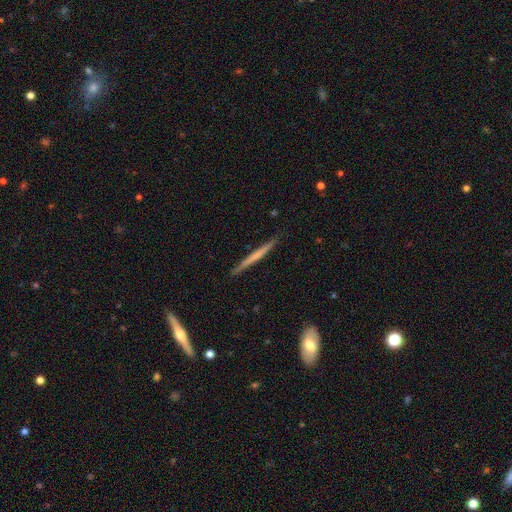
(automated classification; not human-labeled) Smooth or featured? featured or disk (49%)
Merging? none (89%)